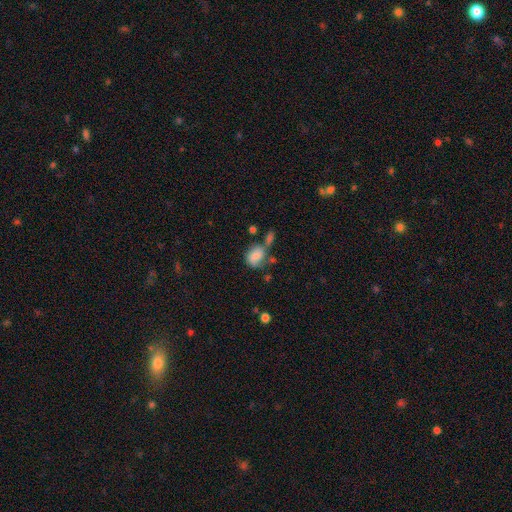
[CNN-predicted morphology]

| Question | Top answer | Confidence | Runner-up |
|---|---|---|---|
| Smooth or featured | smooth | 68% | featured or disk (22%) |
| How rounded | in between | 61% | round (37%) |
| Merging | none | 36% | minor disturbance (24%) |